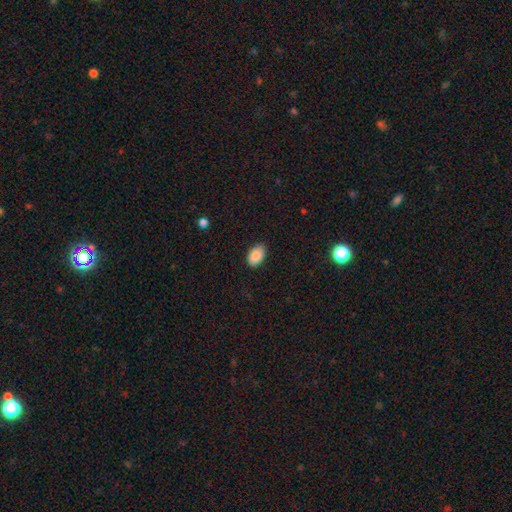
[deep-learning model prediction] smooth 89%, star or artifact 7%, featured or disk 4%. Down the decision tree: how rounded — in between (92%); merging — none (88%).